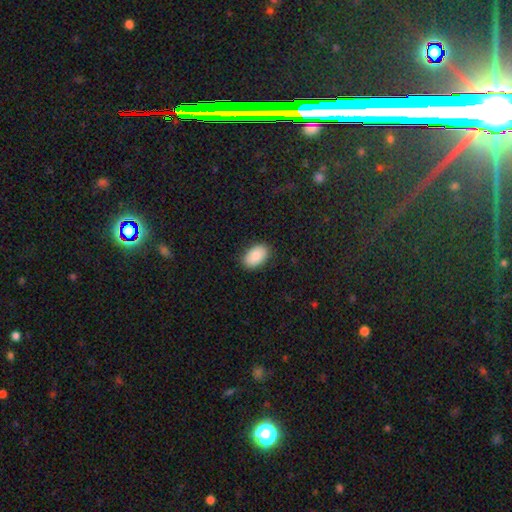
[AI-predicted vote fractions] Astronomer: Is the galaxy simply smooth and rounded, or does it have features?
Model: smooth — 87%.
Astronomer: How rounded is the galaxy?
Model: in between — 92%.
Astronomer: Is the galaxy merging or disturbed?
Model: none — 87%.